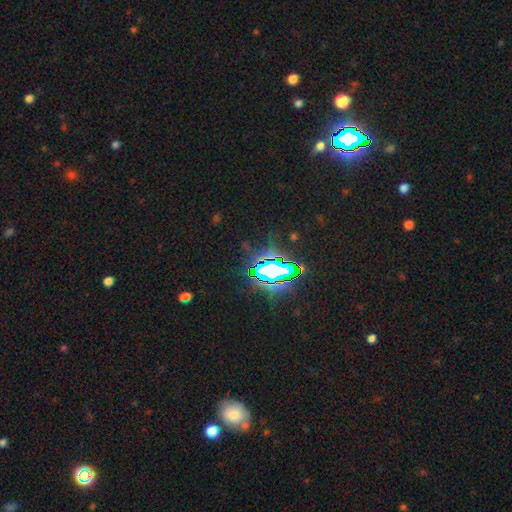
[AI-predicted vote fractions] Q: Smooth or featured?
A: star or artifact (80%); runner-up: smooth (12%)